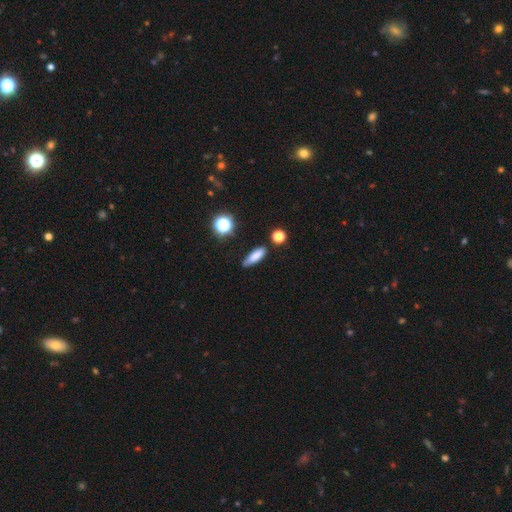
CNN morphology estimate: Overall: smooth (79%). How rounded: in between (48%; cigar-shaped 47%). Merging: none (72%).